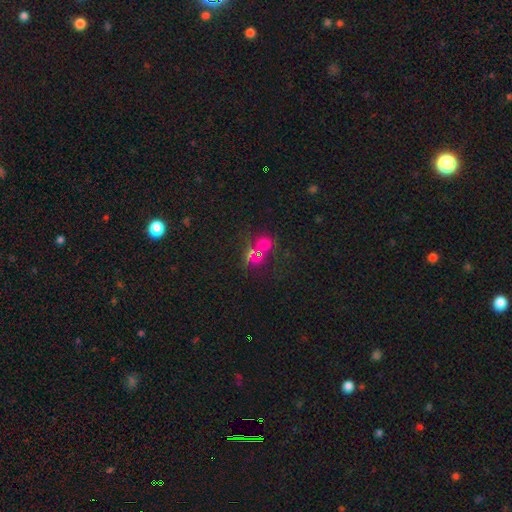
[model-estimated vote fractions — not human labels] Morphology: type=smooth (48%); merging=none (62%).